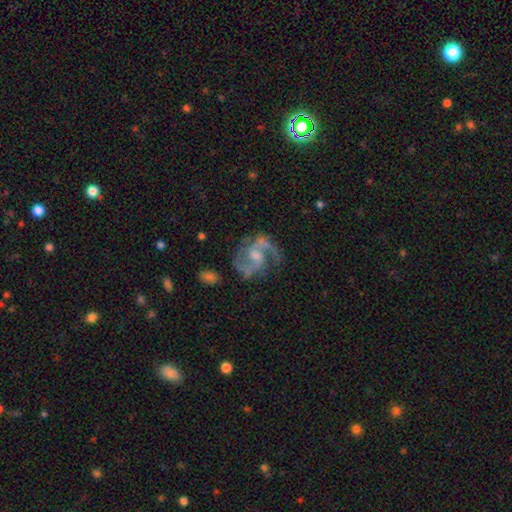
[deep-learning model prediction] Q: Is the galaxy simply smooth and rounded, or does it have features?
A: featured or disk — 89%.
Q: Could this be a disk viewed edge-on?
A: no — 98%.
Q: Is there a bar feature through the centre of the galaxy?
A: weak — 48%.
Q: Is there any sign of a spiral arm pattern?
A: yes — 97%.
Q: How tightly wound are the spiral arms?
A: medium — 58%.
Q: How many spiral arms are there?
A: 2 — 82%.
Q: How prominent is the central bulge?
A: small — 47%.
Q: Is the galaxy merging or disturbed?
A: none — 67%.